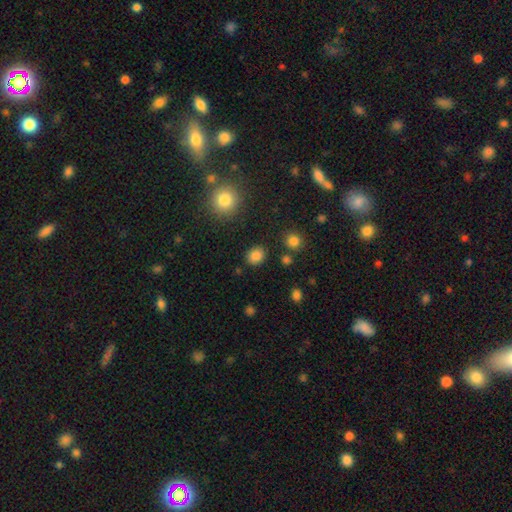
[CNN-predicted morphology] smooth-or-featured: smooth: 84% | star or artifact: 11% | featured or disk: 5%
  how-rounded: round: 65% | in between: 35% | cigar-shaped: 1%
  merging: none: 87% | minor disturbance: 8% | major disturbance: 3% | merger: 3%